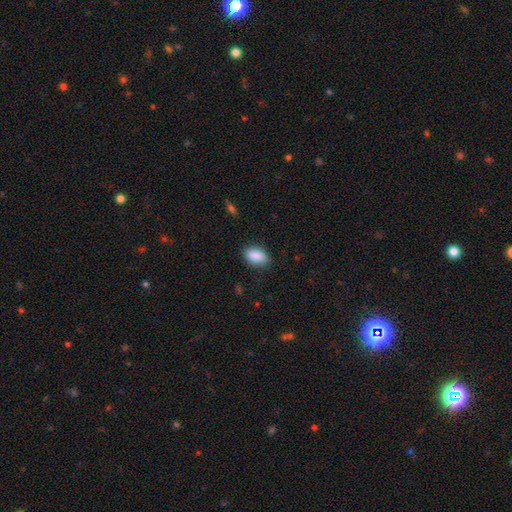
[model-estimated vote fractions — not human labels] Smooth or featured? Predicted: smooth (p=0.90). How rounded? Predicted: in between (p=0.91). Merging? Predicted: none (p=0.85).